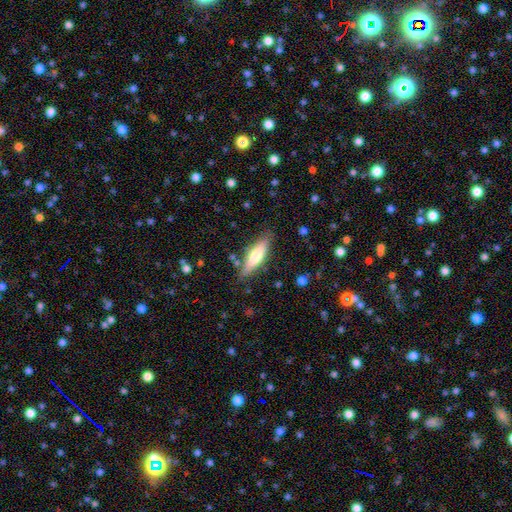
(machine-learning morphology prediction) The model was most divided on "how rounded": cigar-shaped: 59%, in between: 39%, round: 2%. More confident: merging — none (81%); smooth or featured — smooth (64%).